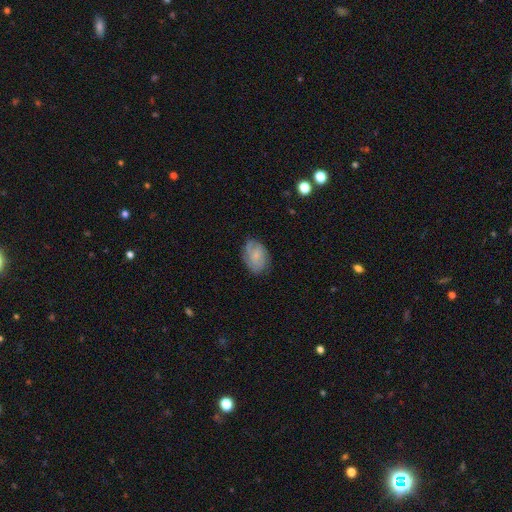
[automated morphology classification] Smooth or featured?
  - featured or disk: 55% *
  - smooth: 37%
  - star or artifact: 8%
Edge-on disk?
  - no: 97% *
  - yes: 3%
Bar?
  - no: 69% *
  - weak: 27%
  - strong: 4%
Spiral arms?
  - yes: 88% *
  - no: 12%
Bulge size?
  - small: 60% *
  - none: 20%
  - moderate: 17%
  - large: 2%
  - dominant: 1%
Merging?
  - none: 72% *
  - minor disturbance: 20%
  - major disturbance: 7%
  - merger: 1%